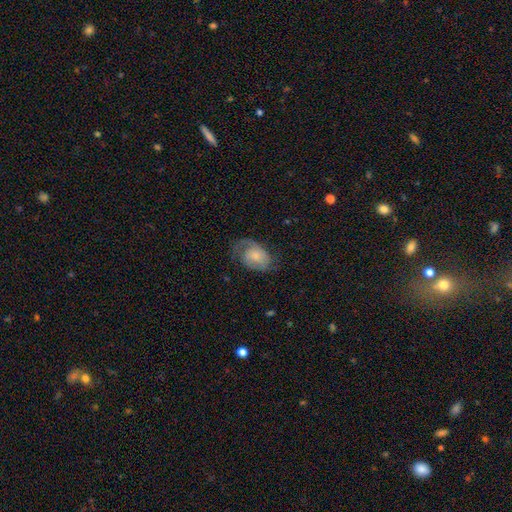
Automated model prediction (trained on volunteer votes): Smooth or featured: featured or disk — 59% (smooth — 34%)
Edge-on disk: no — 96% (yes — 4%)
Bar: no — 71% (weak — 25%)
Spiral arms: yes — 87% (no — 13%)
Bulge size: small — 43% (moderate — 35%)
Merging: none — 53% (minor disturbance — 25%)